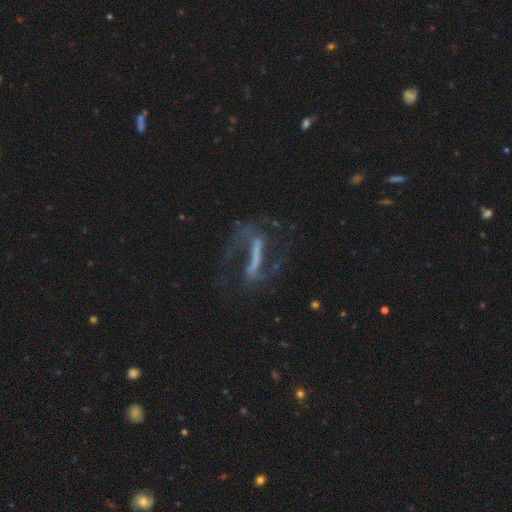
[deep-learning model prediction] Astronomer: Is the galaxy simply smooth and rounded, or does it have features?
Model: featured or disk — 75%.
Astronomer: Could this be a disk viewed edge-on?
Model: no — 79%.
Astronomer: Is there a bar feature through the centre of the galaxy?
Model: strong — 74%.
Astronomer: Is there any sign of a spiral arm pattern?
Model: yes — 78%.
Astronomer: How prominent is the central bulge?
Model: none — 54%.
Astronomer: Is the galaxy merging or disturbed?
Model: none — 55%.